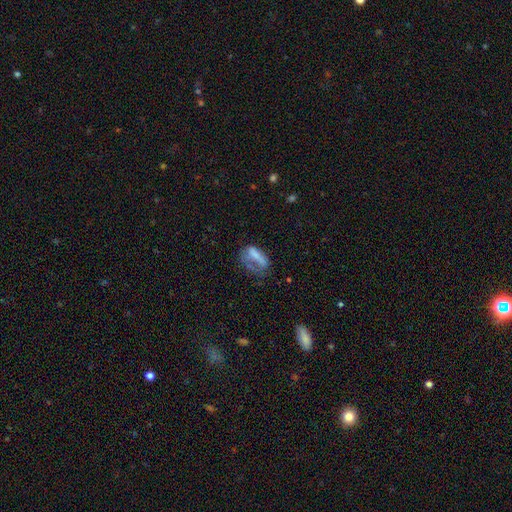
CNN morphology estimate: A smooth galaxy with no disk features (59%) that is in between round and cigar-shaped (75%).

Vote fractions:
- Smooth or featured? smooth: 59% / featured or disk: 30% / star or artifact: 11%
- How rounded? in between: 75% / cigar-shaped: 18% / round: 7%
- Merging? major disturbance: 45% / none: 27% / minor disturbance: 23% / merger: 6%